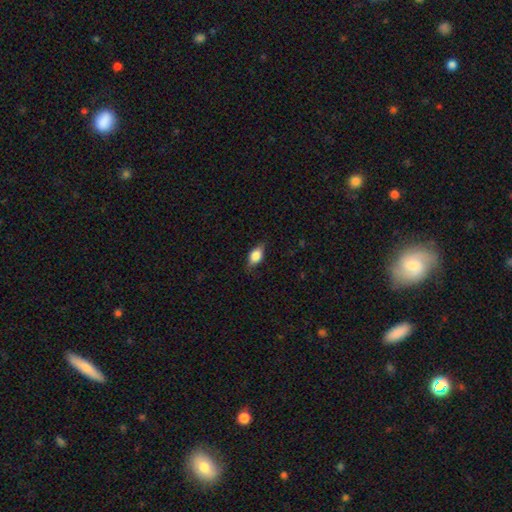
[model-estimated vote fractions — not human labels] A smooth galaxy with no disk features (73%) that is in between round and cigar-shaped (82%).

Vote fractions:
- Smooth or featured? smooth: 73% / featured or disk: 19% / star or artifact: 8%
- How rounded? in between: 82% / round: 11% / cigar-shaped: 8%
- Merging? none: 78% / minor disturbance: 17% / major disturbance: 4% / merger: 1%